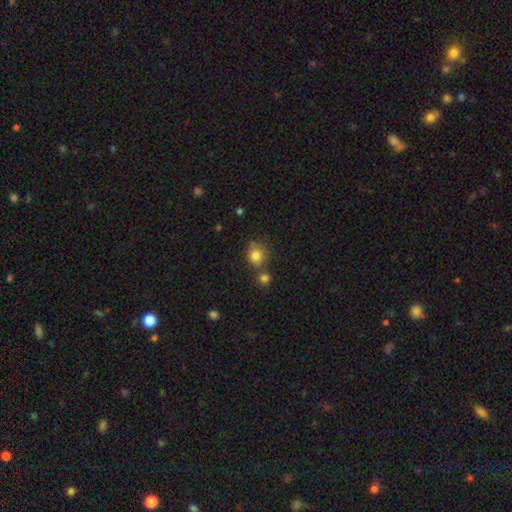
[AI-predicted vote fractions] smooth-or-featured: smooth: 82% | star or artifact: 11% | featured or disk: 7%
  how-rounded: round: 79% | in between: 20% | cigar-shaped: 1%
  merging: none: 57% | merger: 24% | minor disturbance: 14% | major disturbance: 5%